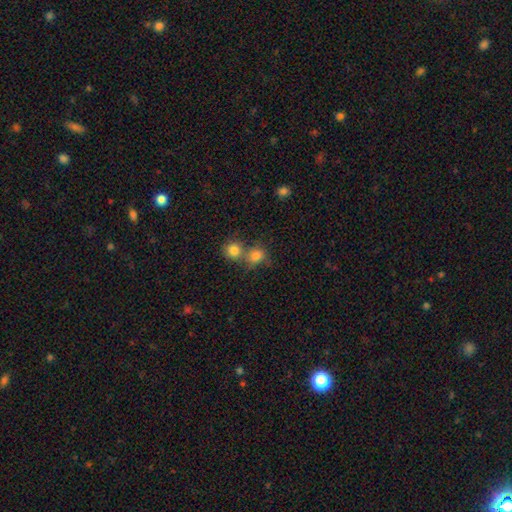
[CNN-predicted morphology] The model was most divided on "merging": merger: 46%, none: 42%, minor disturbance: 8%, major disturbance: 4%. More confident: smooth or featured — smooth (79%); how rounded — round (75%).